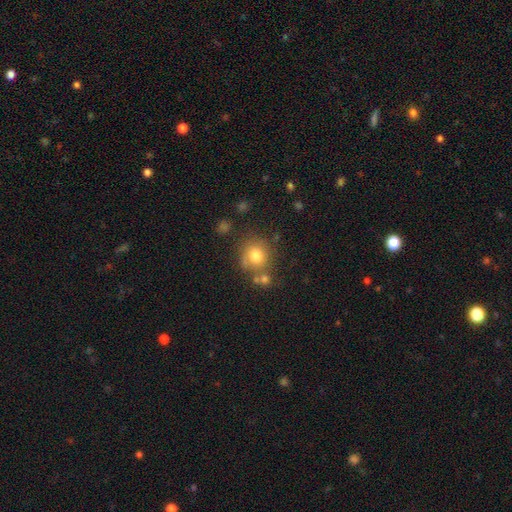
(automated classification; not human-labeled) Smooth or featured?
  - smooth: 75% *
  - featured or disk: 14%
  - star or artifact: 11%
How rounded?
  - round: 85% *
  - in between: 14%
  - cigar-shaped: 1%
Merging?
  - none: 62% *
  - minor disturbance: 16%
  - merger: 15%
  - major disturbance: 7%